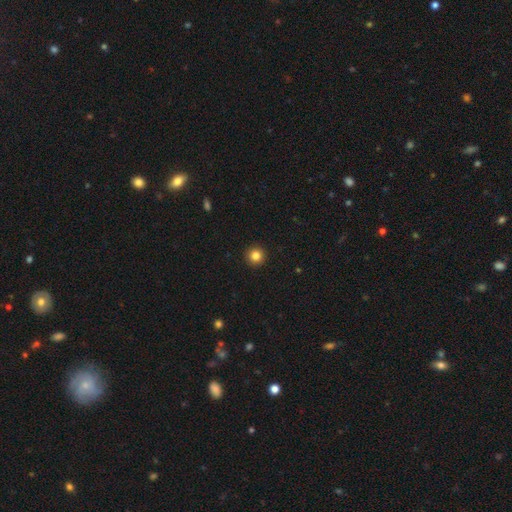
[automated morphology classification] A smooth galaxy with no disk features (83%) that is round (96%). Merging: none (94%).